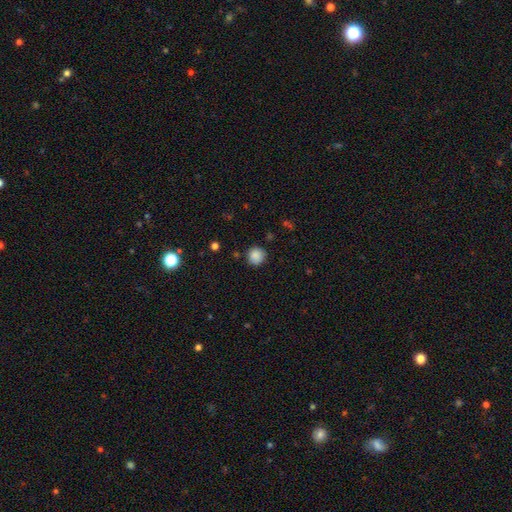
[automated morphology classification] This appears to be a smooth galaxy with no disk features (87%) that is round (92%). Merging: none (85%).